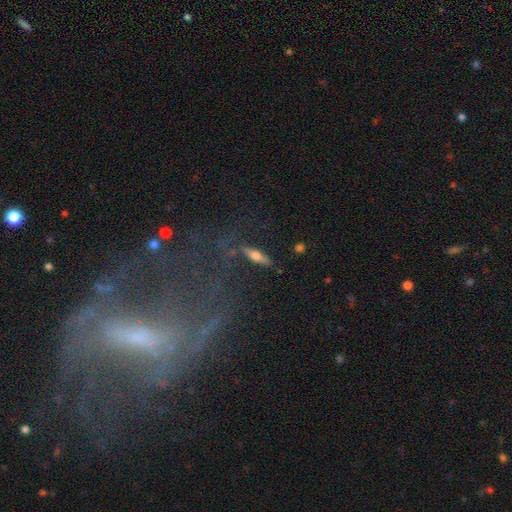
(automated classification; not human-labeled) This is possibly a smooth galaxy (47%). Merging: clearly none (82%).